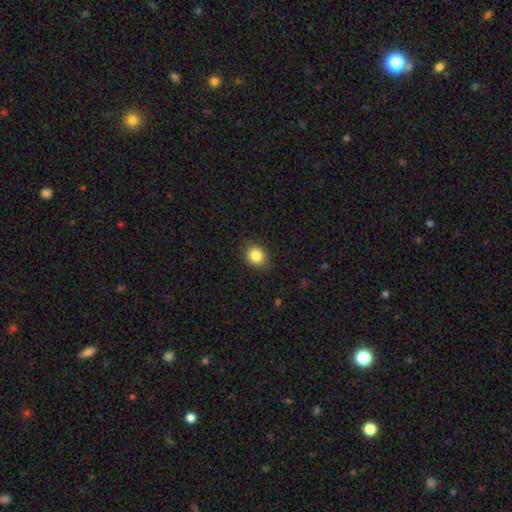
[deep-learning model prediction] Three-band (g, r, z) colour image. It shows a smooth galaxy with no disk features (85%) that is round (75%). Merging: none (88%).